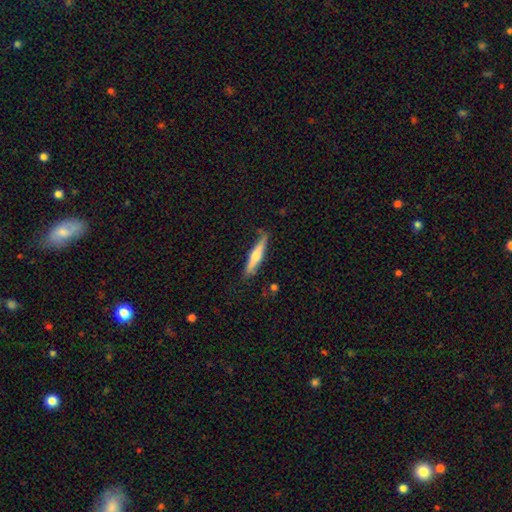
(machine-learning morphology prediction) A smooth galaxy with no disk features (52%) that is cigar-shaped (90%).

Vote fractions:
- Smooth or featured? smooth: 52% / featured or disk: 43% / star or artifact: 5%
- How rounded? cigar-shaped: 90% / in between: 9% / round: 2%
- Merging? none: 78% / minor disturbance: 17% / major disturbance: 3% / merger: 2%